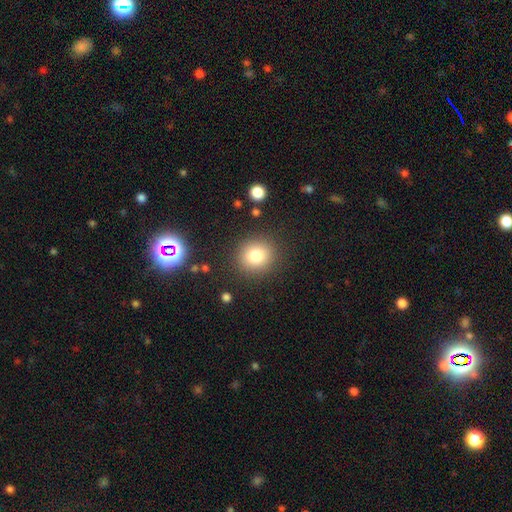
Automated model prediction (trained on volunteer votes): A smooth galaxy with no disk features (80%) that is round (85%).

Vote fractions:
- Smooth or featured? smooth: 80% / star or artifact: 12% / featured or disk: 8%
- How rounded? round: 85% / in between: 14% / cigar-shaped: 1%
- Merging? none: 88% / minor disturbance: 8% / major disturbance: 3% / merger: 2%